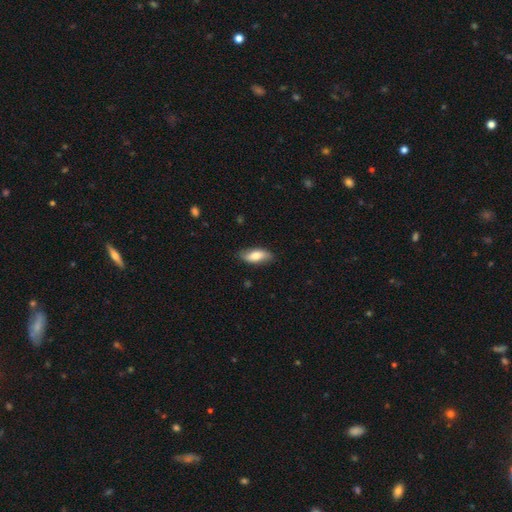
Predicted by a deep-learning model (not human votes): Q: Smooth or featured?
A: smooth (71%); runner-up: featured or disk (23%)
Q: How rounded?
A: in between (82%); runner-up: cigar-shaped (15%)
Q: Merging?
A: none (81%); runner-up: minor disturbance (15%)